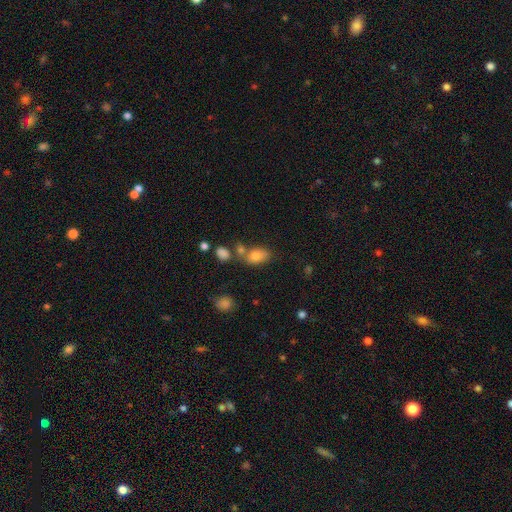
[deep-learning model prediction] A smooth galaxy with no disk features (80%) that is in between round and cigar-shaped (87%).

Vote fractions:
- Smooth or featured? smooth: 80% / star or artifact: 10% / featured or disk: 10%
- How rounded? in between: 87% / round: 11% / cigar-shaped: 2%
- Merging? none: 53% / merger: 24% / minor disturbance: 17% / major disturbance: 6%